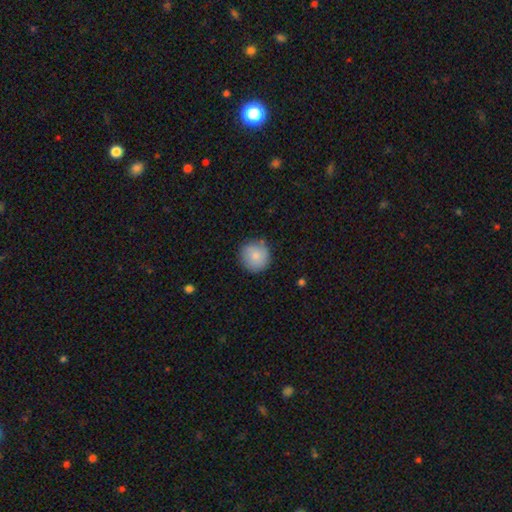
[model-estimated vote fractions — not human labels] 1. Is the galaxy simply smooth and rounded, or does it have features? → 82% smooth, 11% featured or disk, 7% star or artifact.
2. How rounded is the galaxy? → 94% round, 5% in between, 1% cigar-shaped.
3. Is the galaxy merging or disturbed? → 81% none, 14% minor disturbance, 3% major disturbance, 2% merger.